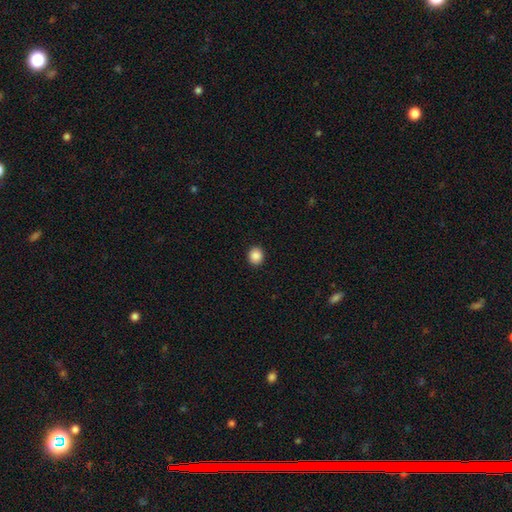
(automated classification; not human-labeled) This is clearly a smooth galaxy (88%). How rounded: likely round (79%). Merging: clearly none (92%).